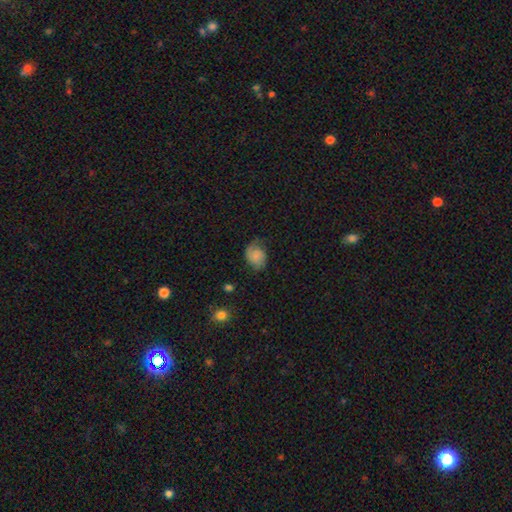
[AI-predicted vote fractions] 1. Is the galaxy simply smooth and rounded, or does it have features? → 57% smooth, 33% featured or disk, 10% star or artifact.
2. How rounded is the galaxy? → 52% in between, 48% round, 1% cigar-shaped.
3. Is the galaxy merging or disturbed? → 56% none, 29% minor disturbance, 13% major disturbance, 2% merger.